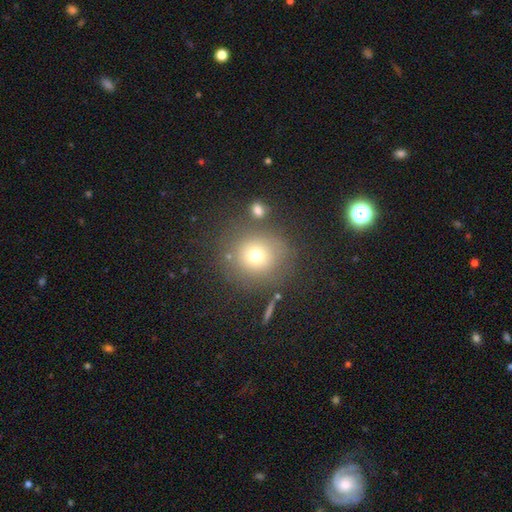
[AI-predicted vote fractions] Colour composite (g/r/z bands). It shows a smooth galaxy with no disk features (71%) that is round (87%). Merging: none (75%).